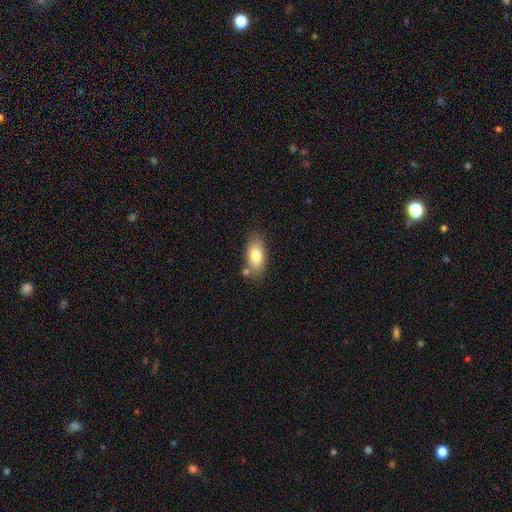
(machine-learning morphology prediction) type=smooth (78%); roundness=in between (91%); merging=none (71%).